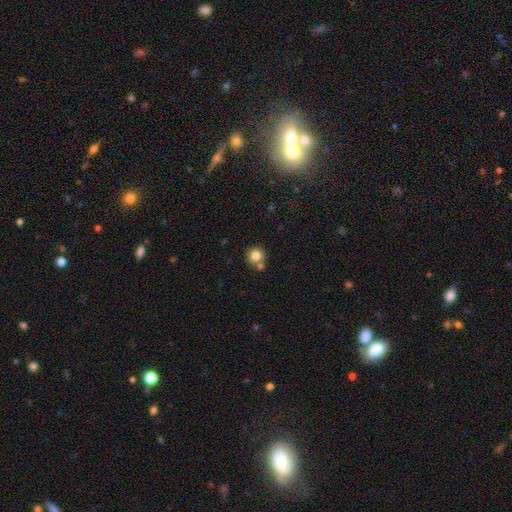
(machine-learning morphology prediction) smooth-or-featured: smooth: 82% | star or artifact: 11% | featured or disk: 8%
  how-rounded: round: 92% | in between: 7% | cigar-shaped: 1%
  merging: none: 66% | merger: 21% | minor disturbance: 10% | major disturbance: 3%